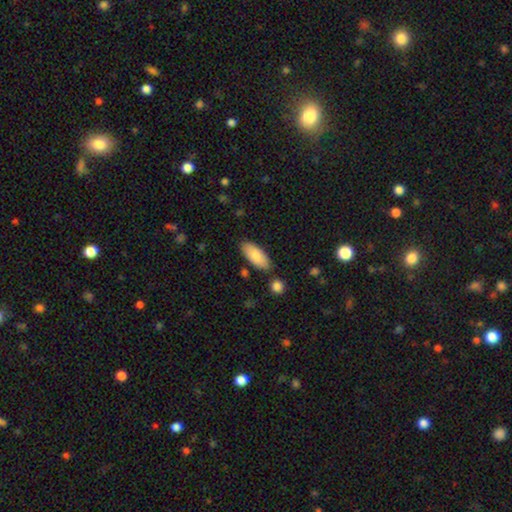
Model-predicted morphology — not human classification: Smooth or featured? smooth (83%)
How rounded? in between (86%)
Merging? none (80%)